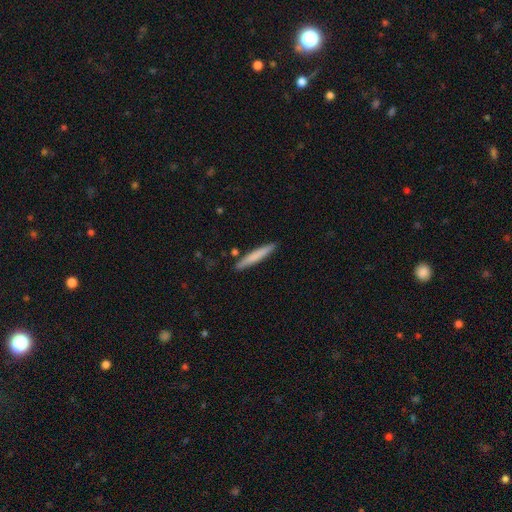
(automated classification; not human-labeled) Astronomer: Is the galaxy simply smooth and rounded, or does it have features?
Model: smooth — 72%.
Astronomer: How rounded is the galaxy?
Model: cigar-shaped — 95%.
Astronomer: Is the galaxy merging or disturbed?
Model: none — 89%.